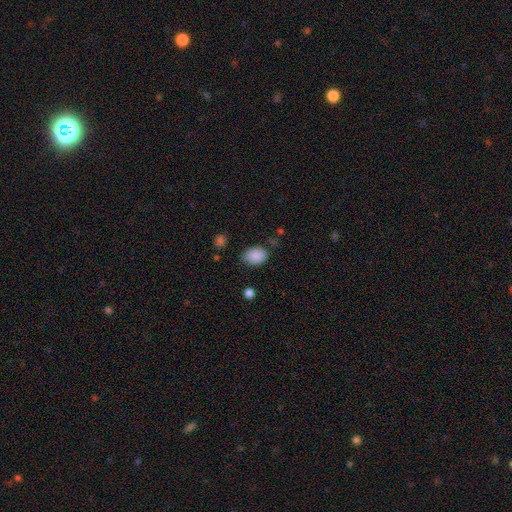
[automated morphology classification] type=smooth (87%); roundness=in between (75%); merging=none (74%).